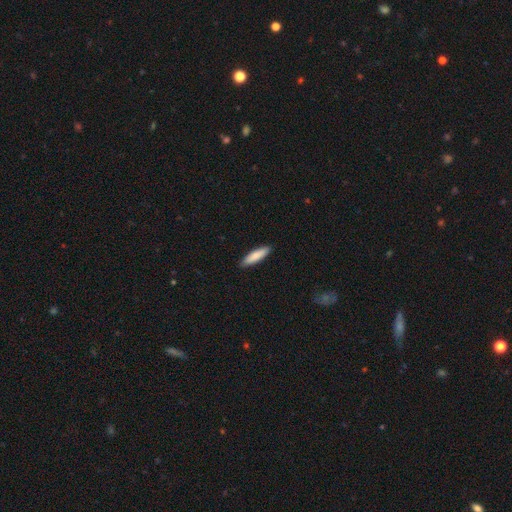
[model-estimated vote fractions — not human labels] smooth 85%, featured or disk 10%, star or artifact 5%. Down the decision tree: how rounded — cigar-shaped (75%); merging — none (90%).